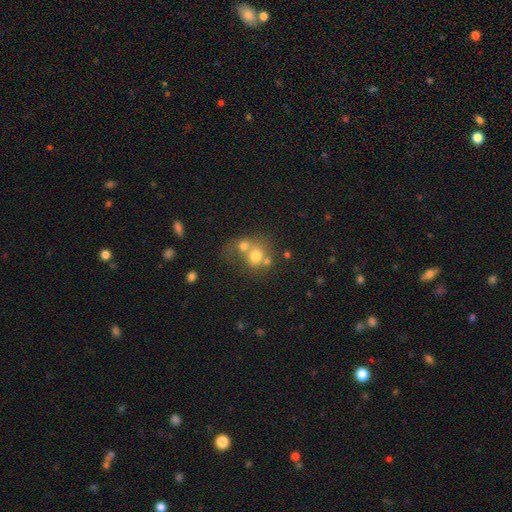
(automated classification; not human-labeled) Morphology: type=smooth (66%); roundness=round (69%); merging=merger (58%).